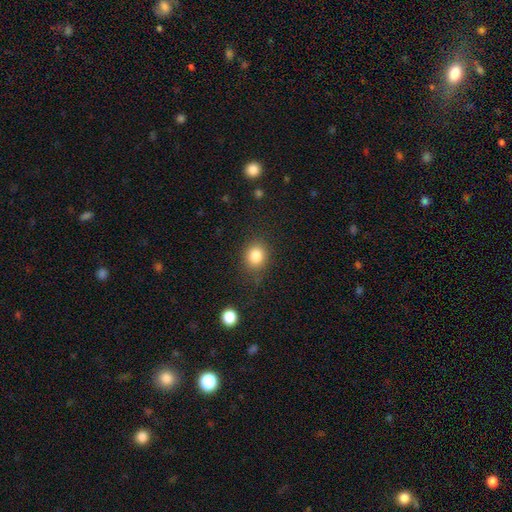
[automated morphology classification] Smooth or featured? Predicted: smooth (p=0.84). How rounded? Predicted: round (p=0.70). Merging? Predicted: none (p=0.80).